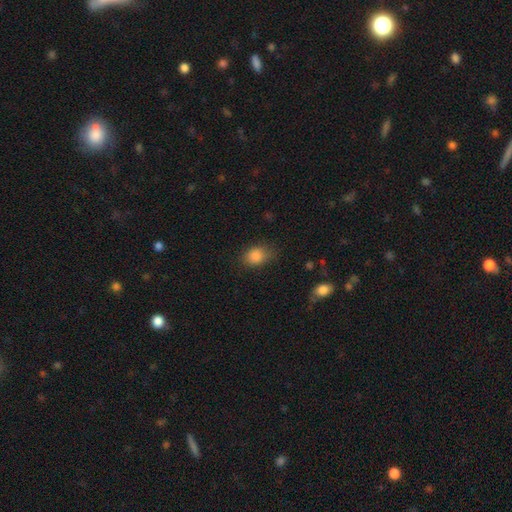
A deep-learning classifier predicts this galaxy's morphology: Smooth or featured?
  - smooth: 86% *
  - star or artifact: 10%
  - featured or disk: 5%
How rounded?
  - in between: 62% *
  - round: 37%
  - cigar-shaped: 1%
Merging?
  - none: 71% *
  - minor disturbance: 22%
  - major disturbance: 6%
  - merger: 2%